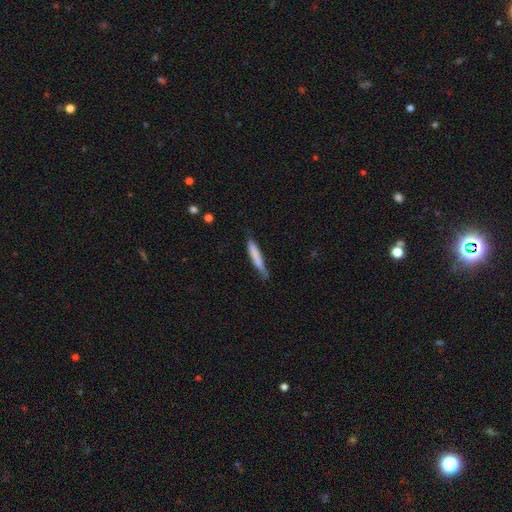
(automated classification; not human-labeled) Smooth or featured? smooth (71%)
How rounded? cigar-shaped (93%)
Merging? none (71%)